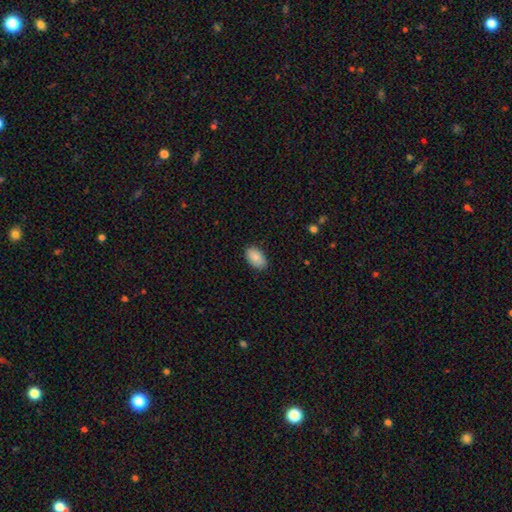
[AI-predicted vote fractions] smooth_or_featured: smooth (p=0.89) [alt: star or artifact p=0.07]
how_rounded: in between (p=0.94) [alt: round p=0.05]
merging: none (p=0.88) [alt: minor disturbance p=0.09]